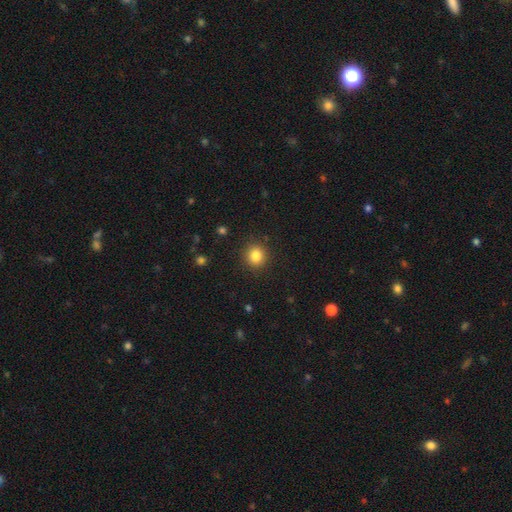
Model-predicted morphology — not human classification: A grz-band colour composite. It shows a smooth galaxy with no disk features (84%) that is round (86%). Merging: none (90%).